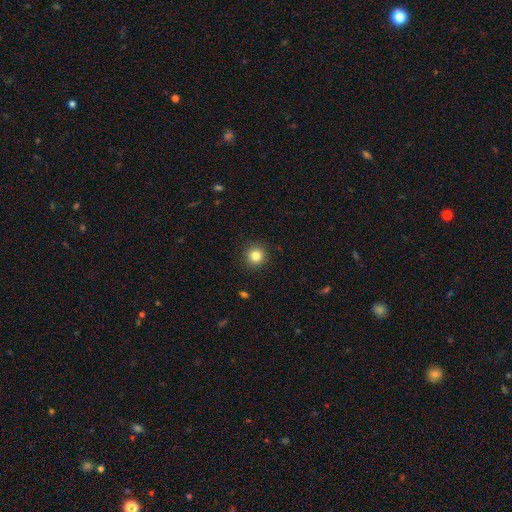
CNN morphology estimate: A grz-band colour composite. It shows a smooth galaxy with no disk features (83%) that is round (95%). Merging: none (92%).